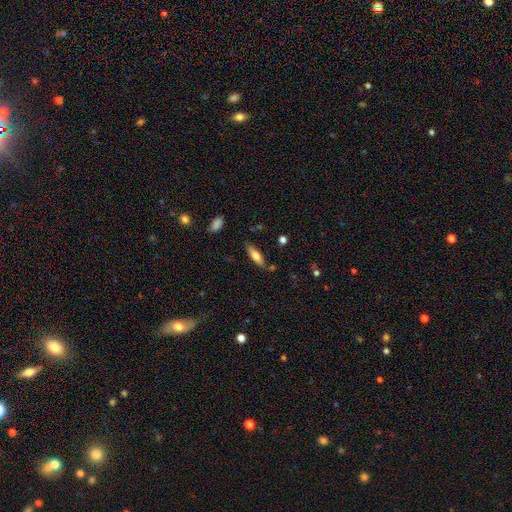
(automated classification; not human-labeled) Q: Smooth or featured?
A: smooth (68%); runner-up: featured or disk (26%)
Q: How rounded?
A: in between (49%); tied with: cigar-shaped (49%)
Q: Merging?
A: none (80%); runner-up: minor disturbance (14%)